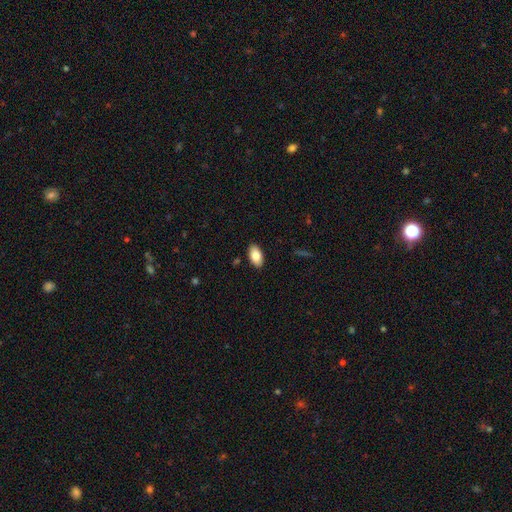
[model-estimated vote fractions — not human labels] Smooth or featured? Predicted: smooth (p=0.84). How rounded? Predicted: in between (p=0.95). Merging? Predicted: none (p=0.89).